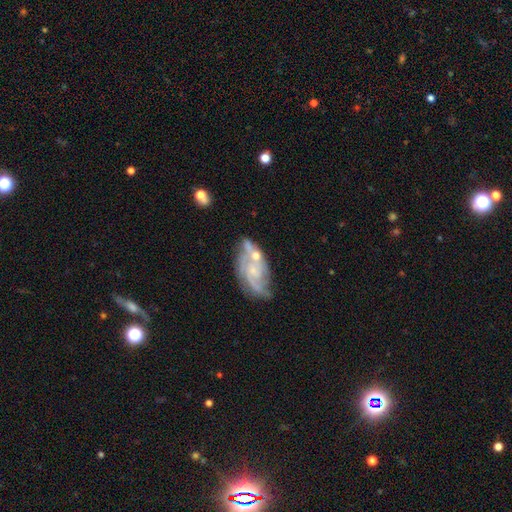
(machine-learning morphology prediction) Smooth or featured? Predicted: featured or disk (p=0.69). Edge-on disk? Predicted: no (p=0.94). Bar? Predicted: no (p=0.69). Spiral arms? Predicted: yes (p=0.77). Bulge size? Predicted: small (p=0.58). Merging? Predicted: none (p=0.54).